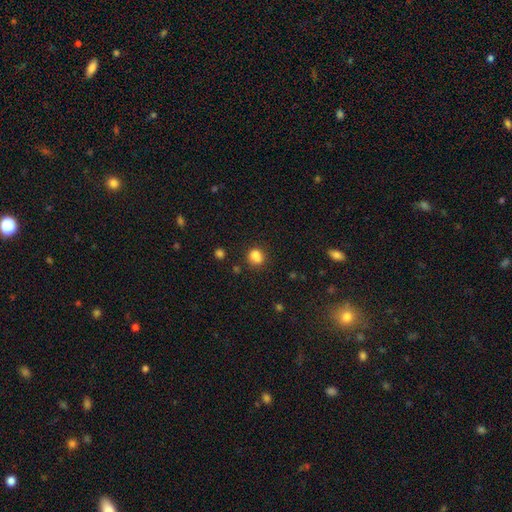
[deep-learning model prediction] Overall: smooth (81%). How rounded: round (65%; in between 34%). Merging: none (61%).